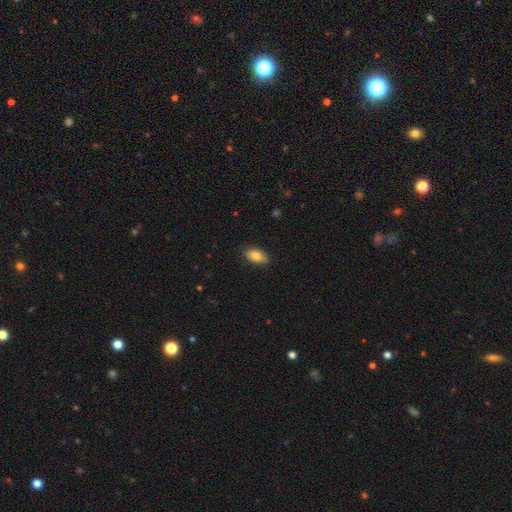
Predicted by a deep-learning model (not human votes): This is clearly a smooth galaxy (83%). How rounded: clearly in between (92%). Merging: clearly none (87%).